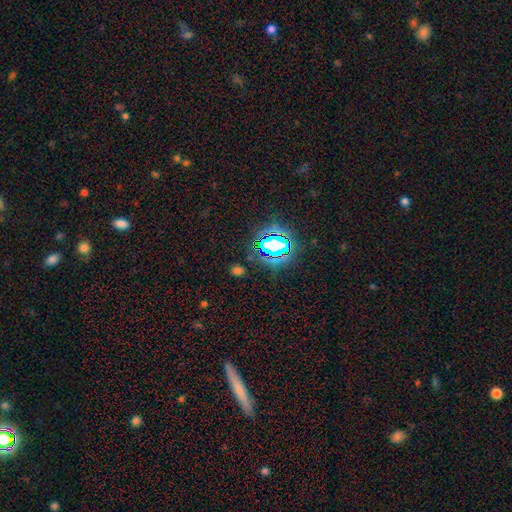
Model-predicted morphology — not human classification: Smooth or featured? star or artifact (75%)